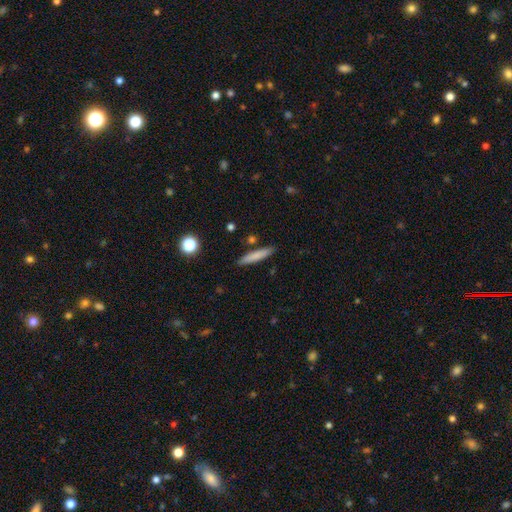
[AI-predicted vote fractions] This is likely a smooth galaxy (77%). How rounded: clearly cigar-shaped (90%). Merging: clearly none (86%).